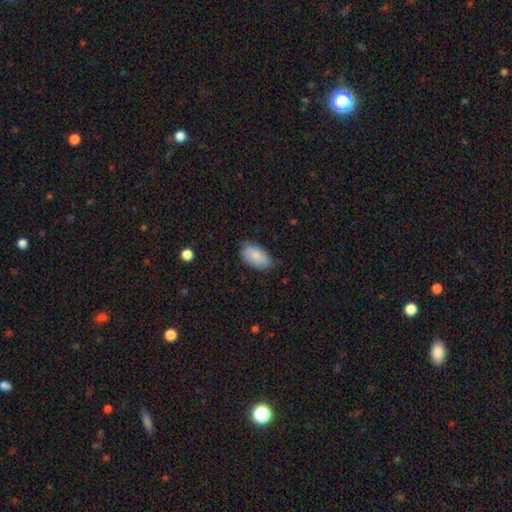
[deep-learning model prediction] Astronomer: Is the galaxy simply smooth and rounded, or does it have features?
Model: smooth — 77%.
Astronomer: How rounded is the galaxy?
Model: in between — 94%.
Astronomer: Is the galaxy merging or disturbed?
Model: none — 69%.